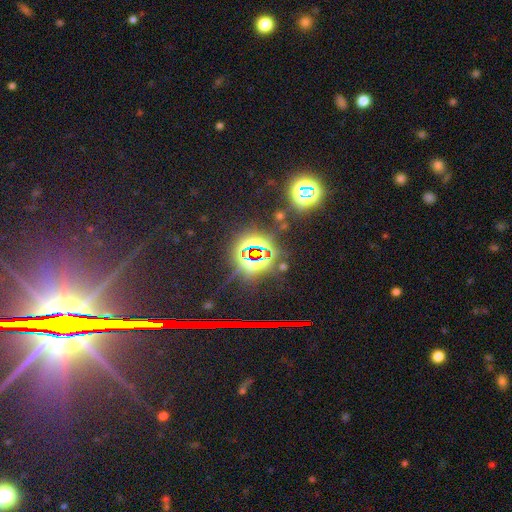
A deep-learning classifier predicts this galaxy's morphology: Smooth or featured?
  - star or artifact: 81% *
  - smooth: 11%
  - featured or disk: 8%